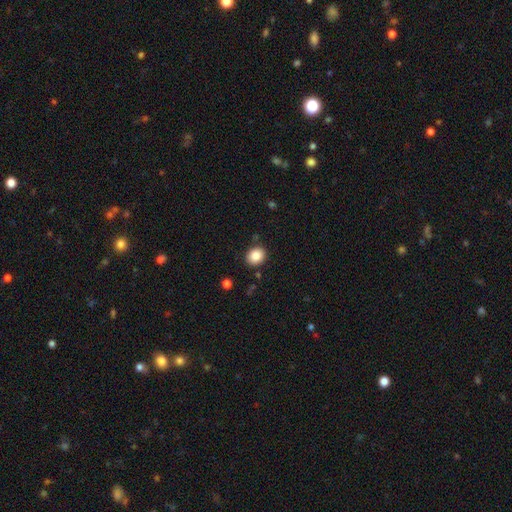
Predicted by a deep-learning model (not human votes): smooth_or_featured: smooth (p=0.86) [alt: star or artifact p=0.09]
how_rounded: round (p=0.69) [alt: in between p=0.30]
merging: none (p=0.87) [alt: minor disturbance p=0.08]